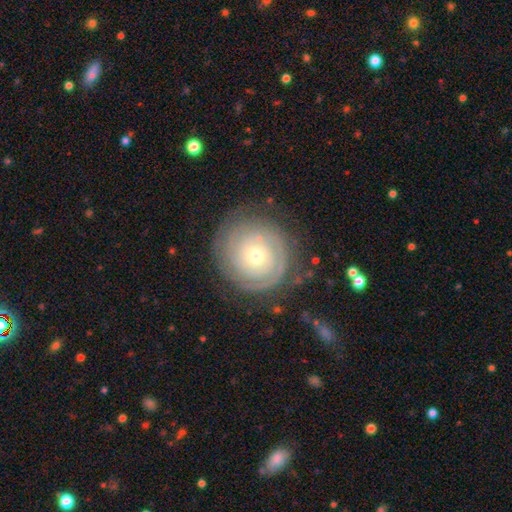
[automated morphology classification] smooth_or_featured: featured or disk (p=0.80) [alt: smooth p=0.14]
disk_edge_on: no (p=0.97) [alt: yes p=0.03]
bar: no (p=0.83) [alt: weak p=0.13]
has_spiral_arms: yes (p=0.93) [alt: no p=0.07]
spiral_winding: tight (p=0.86) [alt: medium p=0.11]
spiral_arm_count: 2 (p=0.35) [alt: can't tell p=0.31]
bulge_size: small (p=0.56) [alt: moderate p=0.40]
merging: none (p=0.80) [alt: minor disturbance p=0.13]